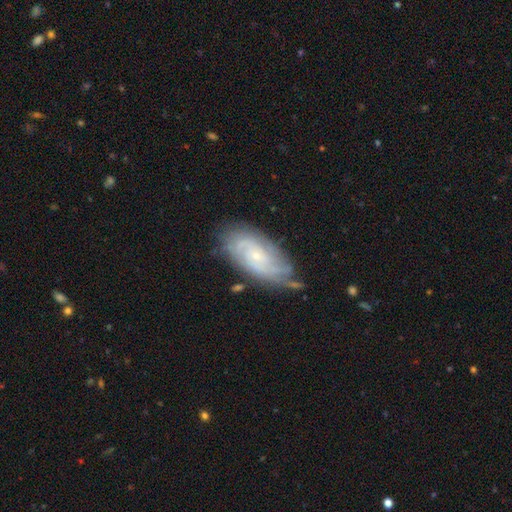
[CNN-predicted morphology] The model was most divided on "spiral arm count": can't tell: 40%, 2: 27%, 3: 15%, 4: 9%, more than 4: 4%, 1: 4%. More confident: edge-on disk — no (94%); spiral arms — yes (93%); bulge size — small (78%); smooth or featured — featured or disk (76%); bar — no (71%); merging — none (66%); spiral winding — tight (61%).